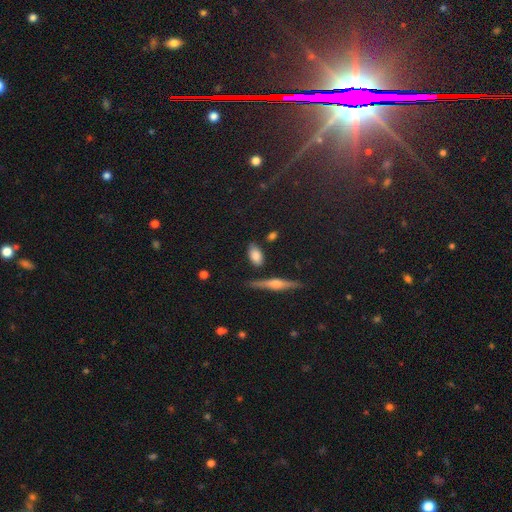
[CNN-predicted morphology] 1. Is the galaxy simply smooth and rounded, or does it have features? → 79% smooth, 13% featured or disk, 8% star or artifact.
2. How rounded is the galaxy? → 89% in between, 6% cigar-shaped, 6% round.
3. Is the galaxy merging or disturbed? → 75% none, 16% minor disturbance, 4% merger, 4% major disturbance.